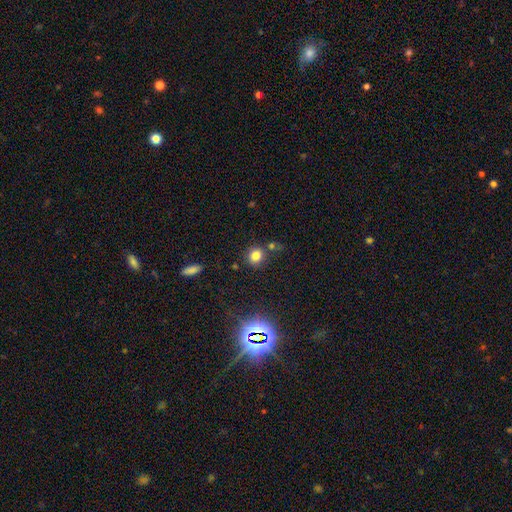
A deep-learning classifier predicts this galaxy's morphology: smooth_or_featured: smooth (p=0.78) [alt: star or artifact p=0.15]
how_rounded: round (p=0.83) [alt: in between p=0.16]
merging: none (p=0.75) [alt: merger p=0.11]